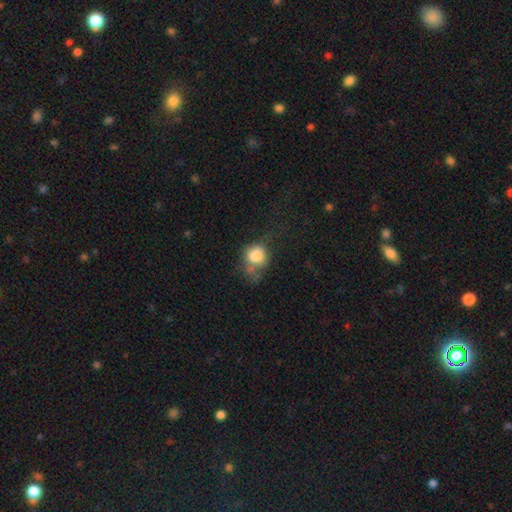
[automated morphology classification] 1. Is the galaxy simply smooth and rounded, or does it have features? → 77% smooth, 13% featured or disk, 10% star or artifact.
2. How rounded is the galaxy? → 62% round, 37% in between, 1% cigar-shaped.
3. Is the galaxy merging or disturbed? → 27% none, 26% major disturbance, 24% minor disturbance, 22% merger.